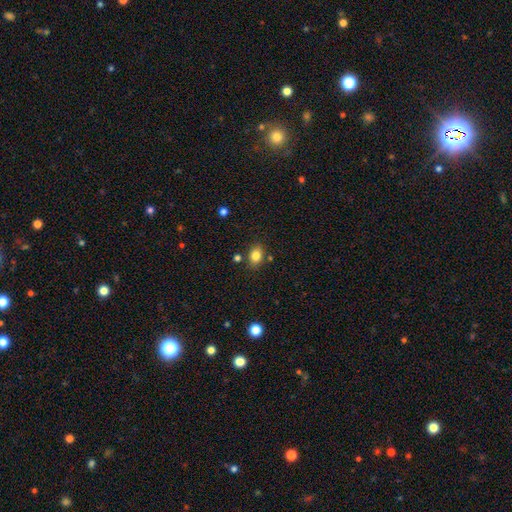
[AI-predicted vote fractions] Smooth or featured? smooth (82%)
How rounded? in between (70%)
Merging? none (79%)